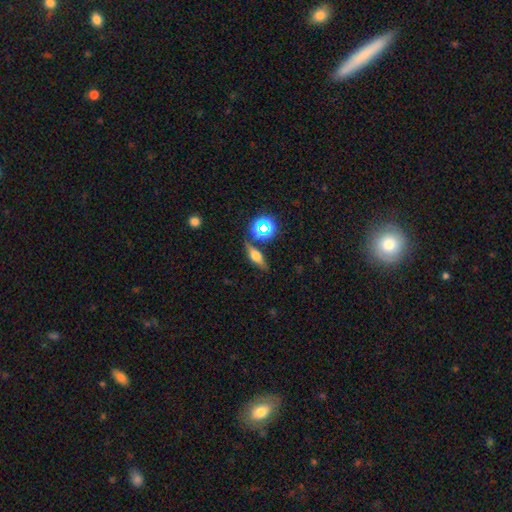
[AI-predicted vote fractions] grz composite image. It shows a featured or disk galaxy (46%). Merging: none (79%).